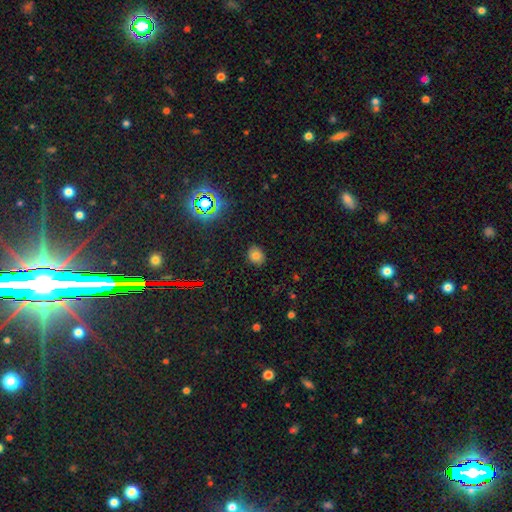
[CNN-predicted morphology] smooth_or_featured: smooth (p=0.73) [alt: star or artifact p=0.18]
how_rounded: round (p=0.60) [alt: in between p=0.39]
merging: none (p=0.87) [alt: minor disturbance p=0.10]